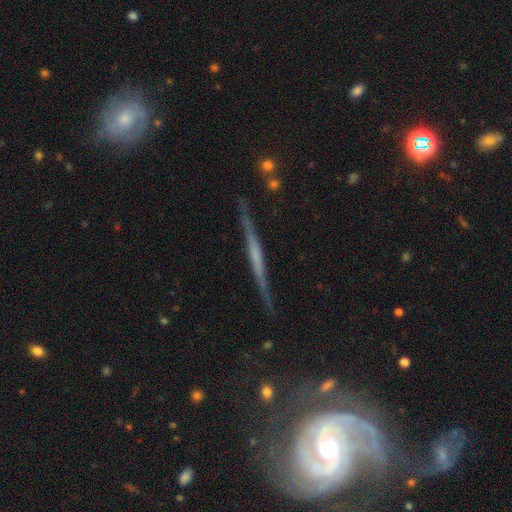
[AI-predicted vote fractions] Q: Smooth or featured?
A: featured or disk (70%); runner-up: smooth (22%)
Q: Edge-on disk?
A: yes (97%); runner-up: no (3%)
Q: Edge-on bulge?
A: none (62%); runner-up: rounded (21%)
Q: Merging?
A: none (84%); runner-up: minor disturbance (11%)